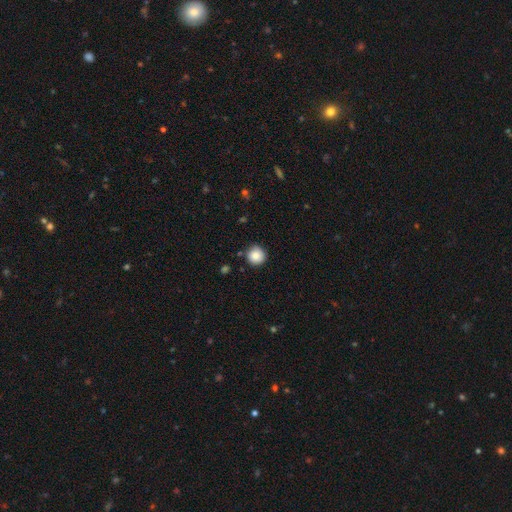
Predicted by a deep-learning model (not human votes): A smooth galaxy with no disk features (84%) that is round (94%).

Vote fractions:
- Smooth or featured? smooth: 84% / star or artifact: 9% / featured or disk: 6%
- How rounded? round: 94% / in between: 5% / cigar-shaped: 1%
- Merging? none: 84% / minor disturbance: 11% / merger: 2% / major disturbance: 2%